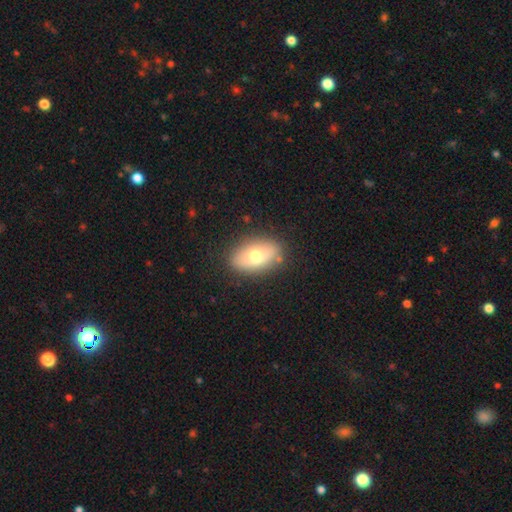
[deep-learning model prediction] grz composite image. It shows a smooth galaxy with no disk features (70%) that is in between round and cigar-shaped (90%). Merging: none (85%).